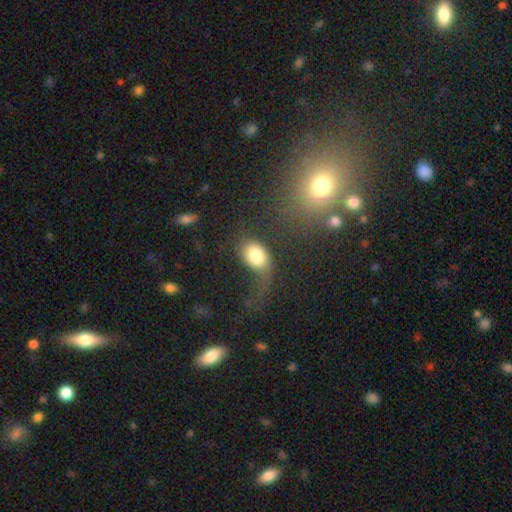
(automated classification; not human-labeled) Smooth or featured? Predicted: smooth (p=0.70). How rounded? Predicted: in between (p=0.75). Merging? Predicted: major disturbance (p=0.41).